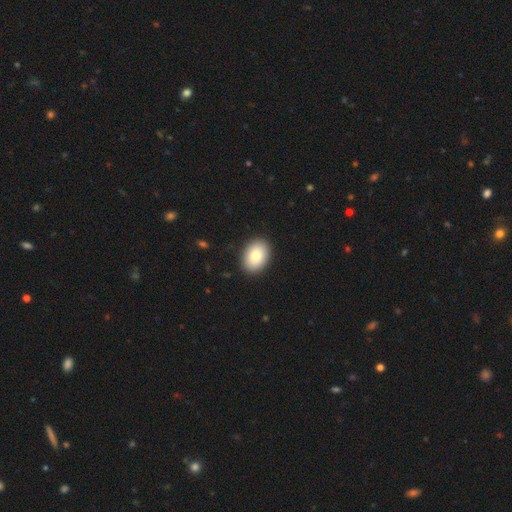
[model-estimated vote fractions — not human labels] This is clearly a smooth galaxy (84%). How rounded: clearly in between (81%). Merging: clearly none (90%).